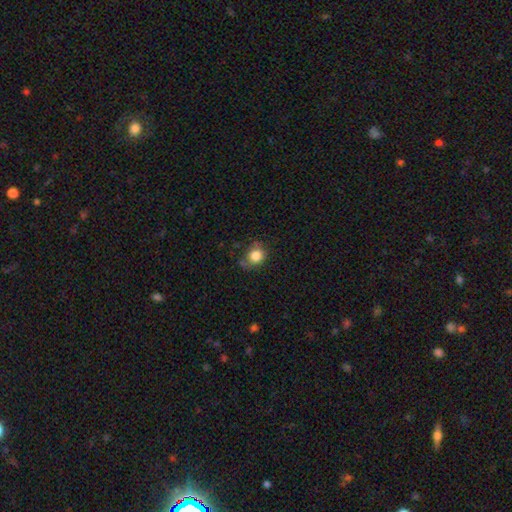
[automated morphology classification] smooth 82%, star or artifact 10%, featured or disk 8%. Down the decision tree: how rounded — round (77%); merging — none (62%).